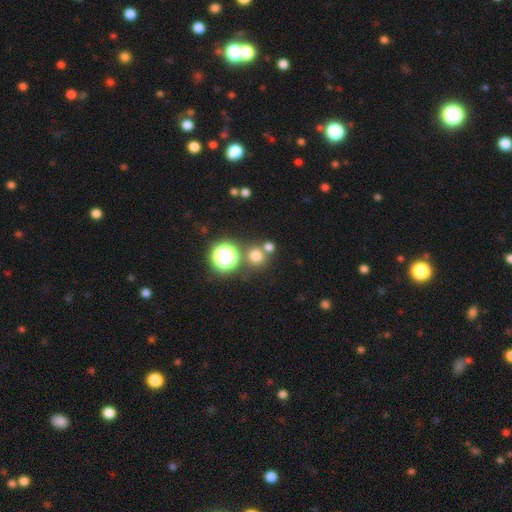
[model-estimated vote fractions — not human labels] smooth_or_featured: smooth (p=0.69) [alt: star or artifact p=0.23]
how_rounded: round (p=0.90) [alt: in between p=0.09]
merging: none (p=0.70) [alt: merger p=0.19]